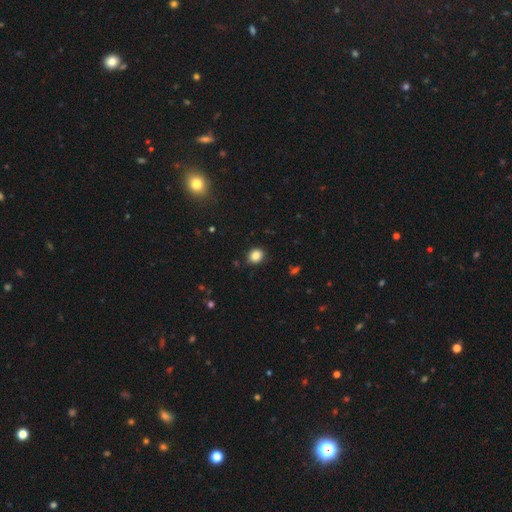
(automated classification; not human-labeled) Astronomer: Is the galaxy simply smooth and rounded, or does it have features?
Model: smooth — 85%.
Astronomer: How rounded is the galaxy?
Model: round — 71%.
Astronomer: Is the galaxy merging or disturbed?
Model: none — 86%.